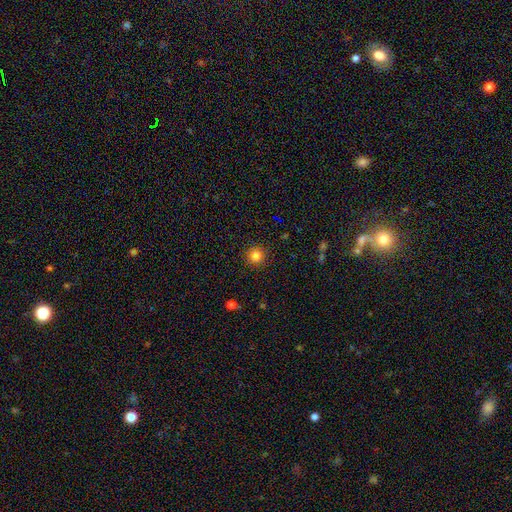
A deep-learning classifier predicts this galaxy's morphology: The model was most divided on "smooth or featured": smooth: 83%, star or artifact: 12%, featured or disk: 5%. More confident: how rounded — round (94%); merging — none (91%).